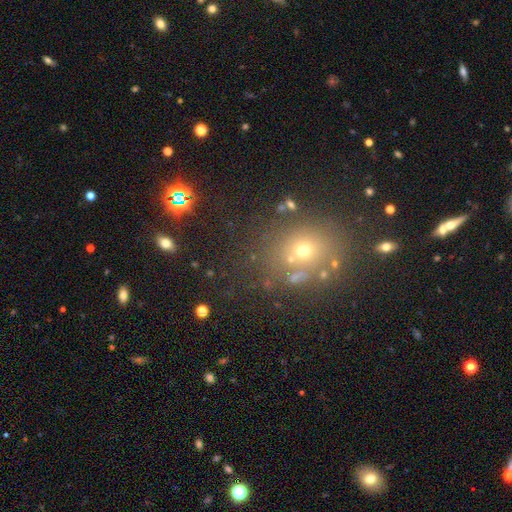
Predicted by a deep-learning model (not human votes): A smooth galaxy with no disk features (45%). Merging: none (74%).